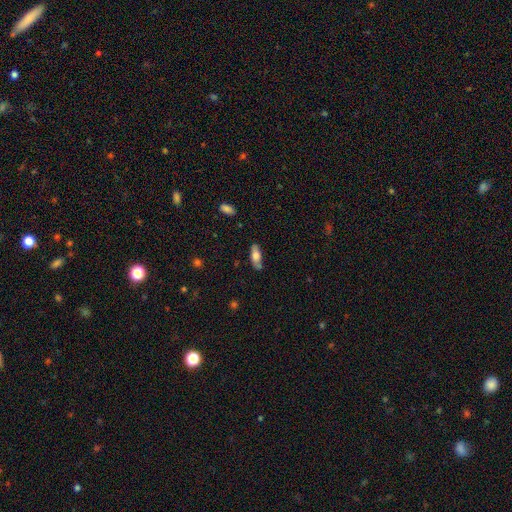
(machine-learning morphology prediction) A smooth galaxy with no disk features (67%) that is in between round and cigar-shaped (75%).

Vote fractions:
- Smooth or featured? smooth: 67% / featured or disk: 26% / star or artifact: 7%
- How rounded? in between: 75% / cigar-shaped: 22% / round: 2%
- Merging? none: 70% / minor disturbance: 21% / major disturbance: 5% / merger: 4%